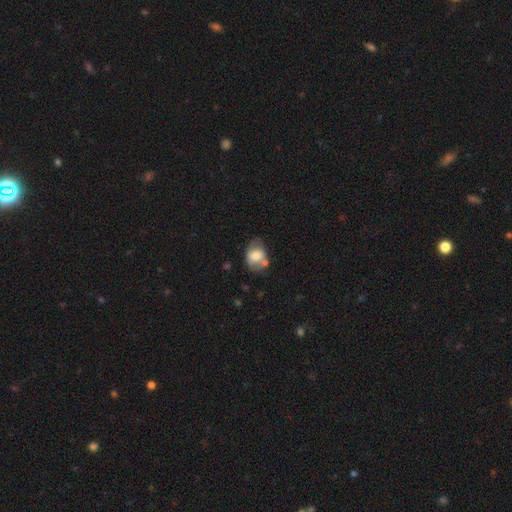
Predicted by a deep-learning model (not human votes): smooth_or_featured: smooth (p=0.65) [alt: featured or disk p=0.28]
how_rounded: in between (p=0.66) [alt: round p=0.33]
merging: none (p=0.45) [alt: minor disturbance p=0.25]